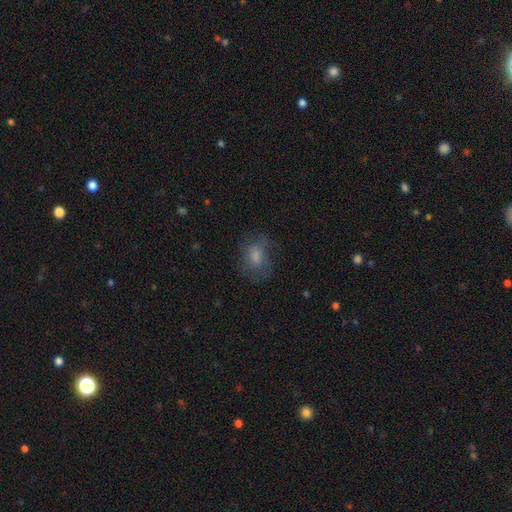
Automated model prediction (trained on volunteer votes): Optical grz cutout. It shows a smooth galaxy with no disk features (62%) that is in between round and cigar-shaped (59%). Merging: none (68%).